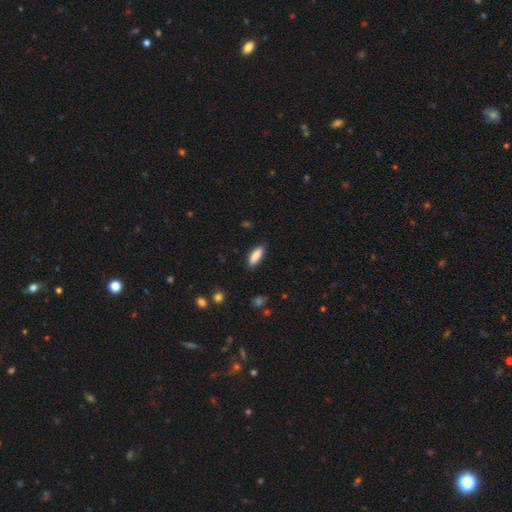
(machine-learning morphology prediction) Overall: smooth (87%). How rounded: in between (59%; cigar-shaped 39%). Merging: none (86%).